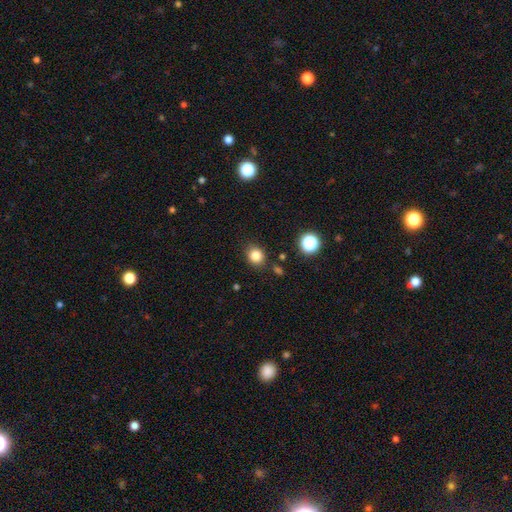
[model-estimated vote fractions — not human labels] Smooth or featured: smooth — 83% (star or artifact — 12%)
How rounded: round — 70% (in between — 30%)
Merging: none — 85% (minor disturbance — 10%)